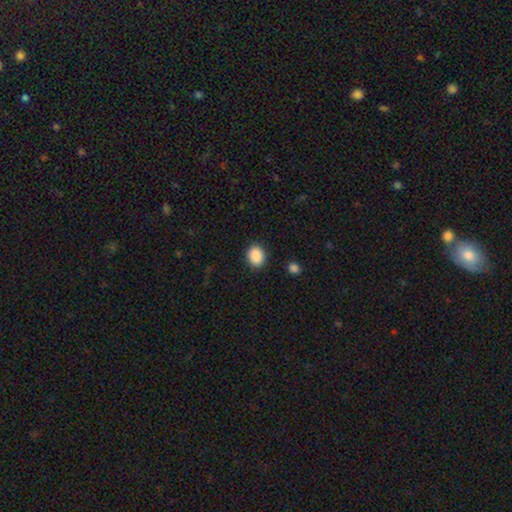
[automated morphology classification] This is clearly a smooth galaxy (89%). How rounded: possibly in between (52%). Merging: clearly none (90%).